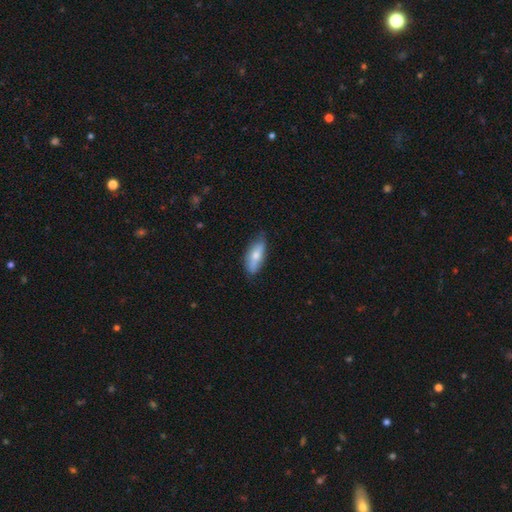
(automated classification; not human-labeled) Smooth or featured? Predicted: smooth (p=0.68). How rounded? Predicted: in between (p=0.74). Merging? Predicted: none (p=0.71).